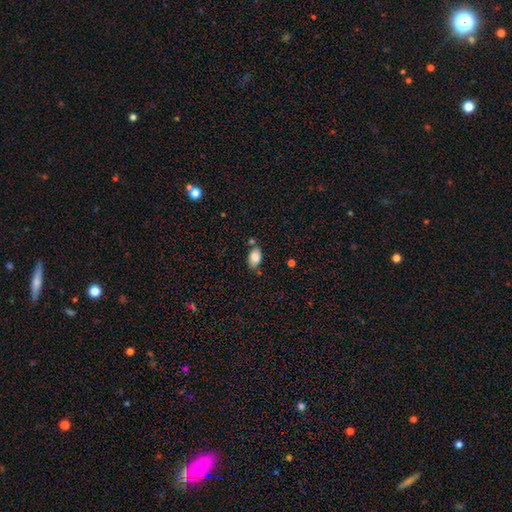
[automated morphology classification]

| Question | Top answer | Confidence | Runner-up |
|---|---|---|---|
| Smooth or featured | smooth | 83% | featured or disk (9%) |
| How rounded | in between | 89% | round (9%) |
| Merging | none | 67% | minor disturbance (19%) |